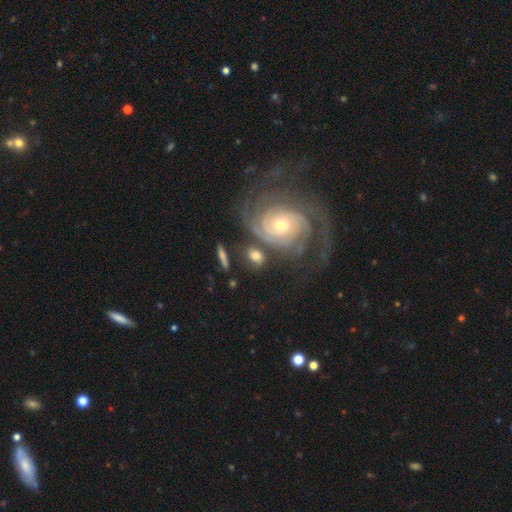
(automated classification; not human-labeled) smooth-or-featured: smooth: 46% | featured or disk: 45% | star or artifact: 9%
  merging: none: 65% | minor disturbance: 14% | merger: 14% | major disturbance: 7%